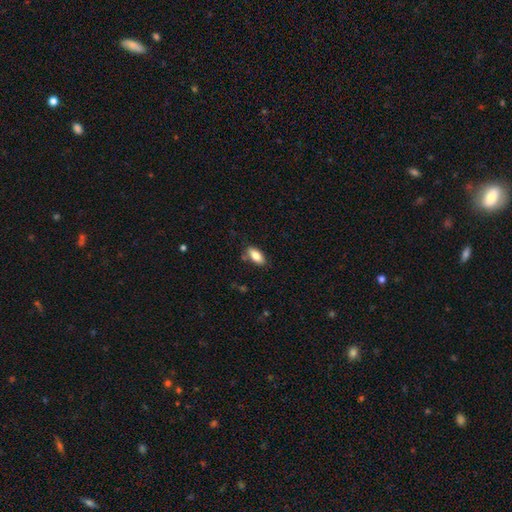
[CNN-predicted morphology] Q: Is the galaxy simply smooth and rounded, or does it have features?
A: smooth — 83%.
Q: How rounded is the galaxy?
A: in between — 88%.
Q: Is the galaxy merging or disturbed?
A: none — 78%.